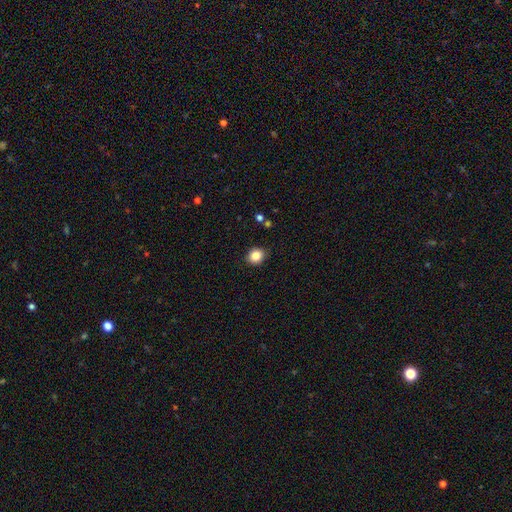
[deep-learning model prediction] The model was most divided on "how rounded": round: 76%, in between: 23%, cigar-shaped: 1%. More confident: merging — none (89%); smooth or featured — smooth (85%).